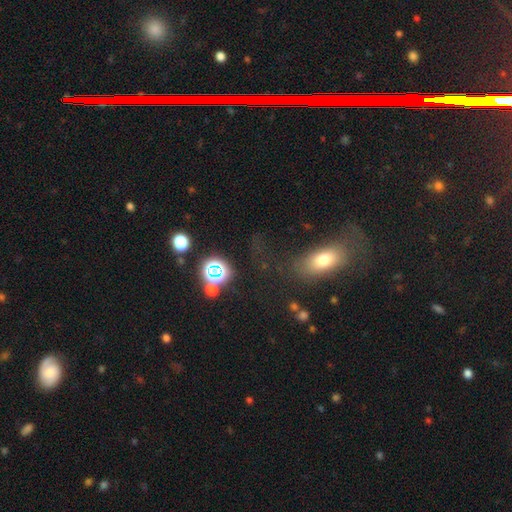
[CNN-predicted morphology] type=smooth (46%); merging=none (66%).